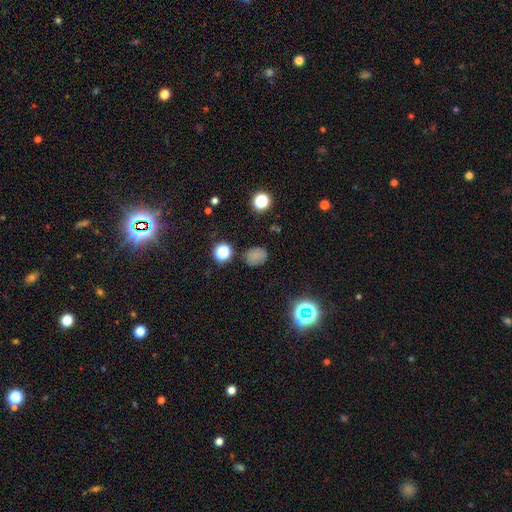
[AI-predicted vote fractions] The model was most divided on "how rounded": round: 60%, in between: 39%, cigar-shaped: 1%. More confident: merging — none (77%); smooth or featured — smooth (71%).